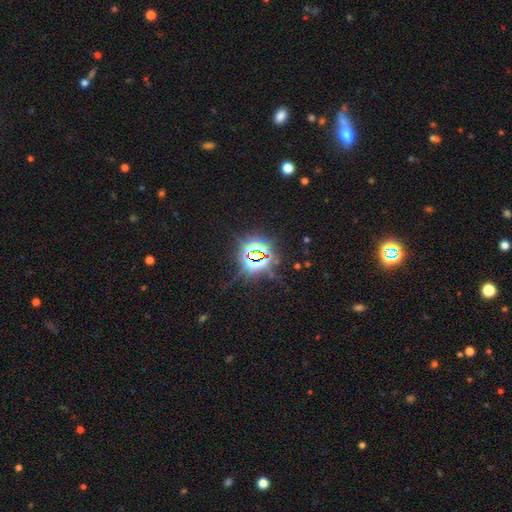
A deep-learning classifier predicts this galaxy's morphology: Smooth or featured? star or artifact (82%)